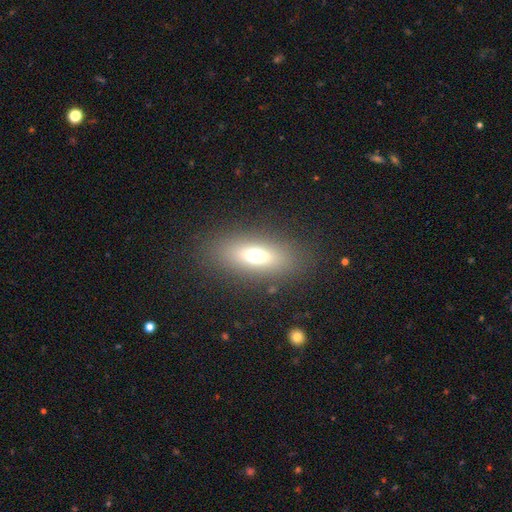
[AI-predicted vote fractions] A smooth galaxy with no disk features (64%) that is in between round and cigar-shaped (75%). Merging: none (83%).